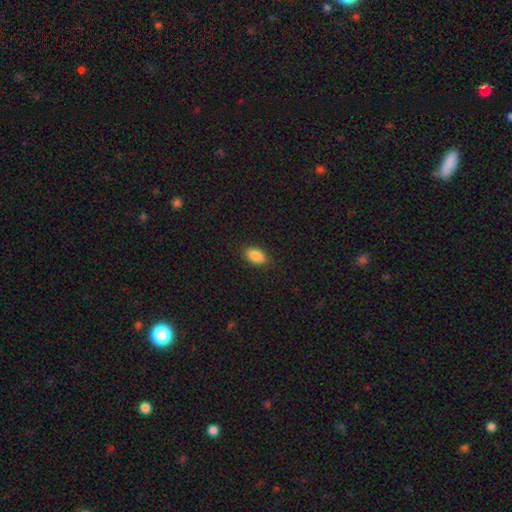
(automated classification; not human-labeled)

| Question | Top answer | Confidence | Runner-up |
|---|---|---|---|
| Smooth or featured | smooth | 88% | star or artifact (7%) |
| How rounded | in between | 92% | round (5%) |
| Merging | none | 87% | minor disturbance (10%) |